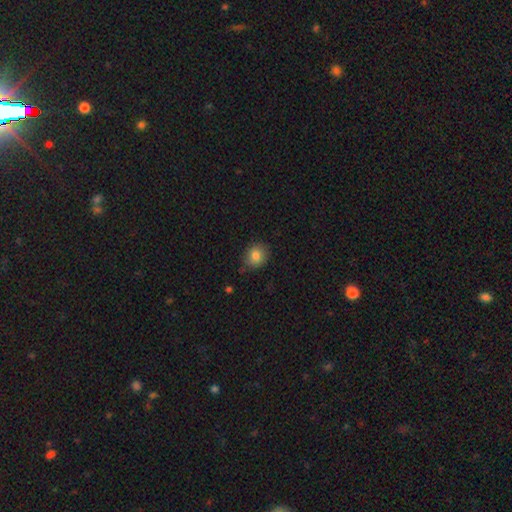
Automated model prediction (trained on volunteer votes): A smooth galaxy with no disk features (82%) that is round (67%). Merging: none (80%).